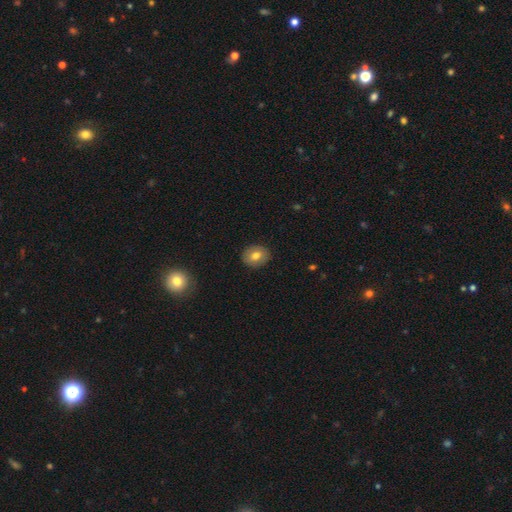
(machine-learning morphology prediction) This appears to be a smooth galaxy with no disk features (73%) that is round (58%). Merging: none (89%).